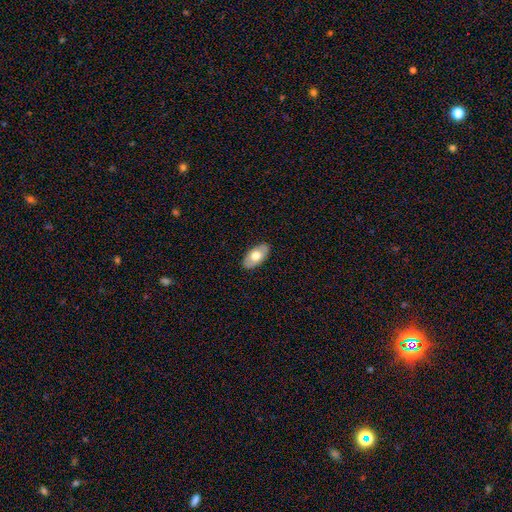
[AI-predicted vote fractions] The model was most divided on "smooth or featured": smooth: 67%, featured or disk: 28%, star or artifact: 6%. More confident: how rounded — in between (94%); merging — none (88%).